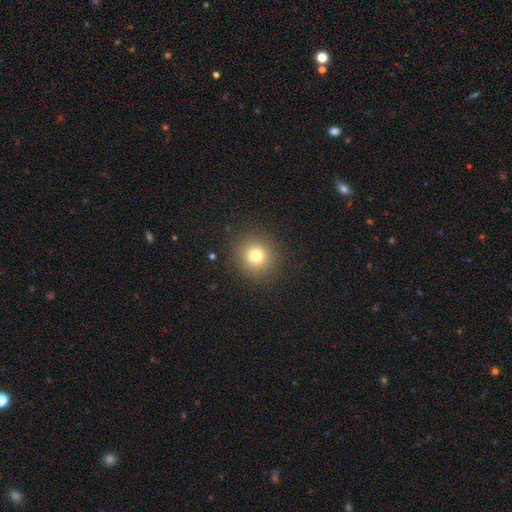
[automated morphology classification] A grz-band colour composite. It shows a smooth galaxy with no disk features (76%) that is round (93%). Merging: none (90%).